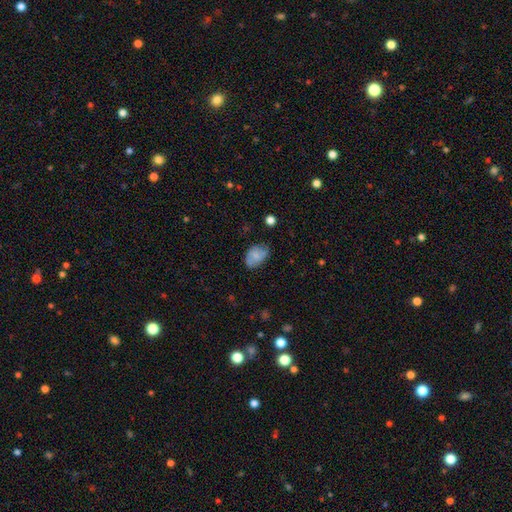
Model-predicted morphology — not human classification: This is likely a smooth galaxy (60%). How rounded: clearly in between (84%). Merging: likely none (67%).